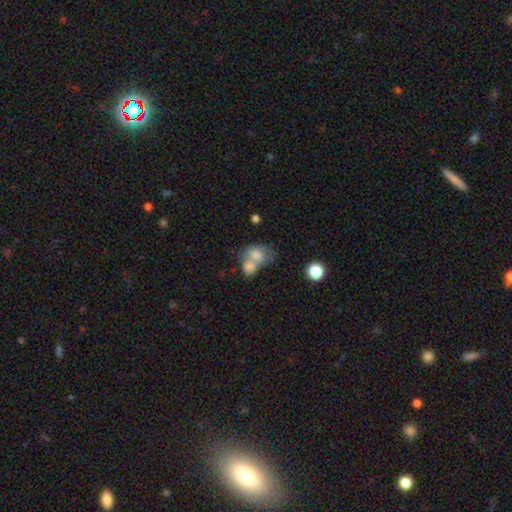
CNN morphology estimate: This appears to be a smooth galaxy with no disk features (72%) that is in between round and cigar-shaped (64%). Merging: merger (68%).